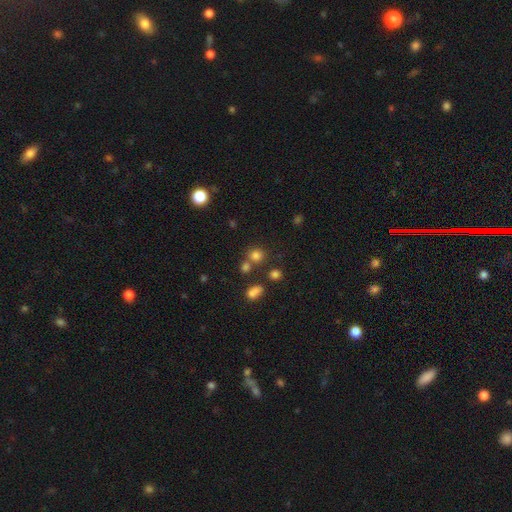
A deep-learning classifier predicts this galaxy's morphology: smooth-or-featured: smooth: 77% | star or artifact: 16% | featured or disk: 7%
  how-rounded: round: 84% | in between: 14% | cigar-shaped: 1%
  merging: none: 66% | merger: 20% | minor disturbance: 9% | major disturbance: 4%